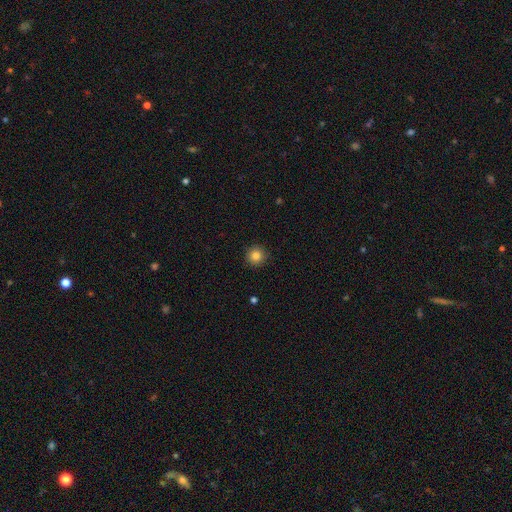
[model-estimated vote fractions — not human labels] Q: Smooth or featured?
A: smooth (84%); runner-up: star or artifact (11%)
Q: How rounded?
A: round (95%); runner-up: in between (4%)
Q: Merging?
A: none (92%); runner-up: minor disturbance (6%)